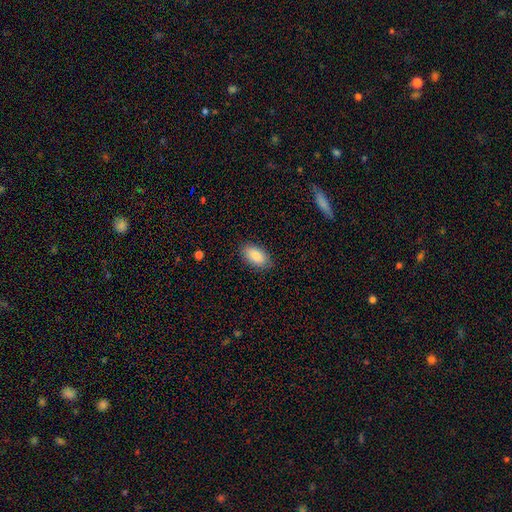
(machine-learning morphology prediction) Smooth or featured? smooth (88%)
How rounded? in between (93%)
Merging? none (85%)